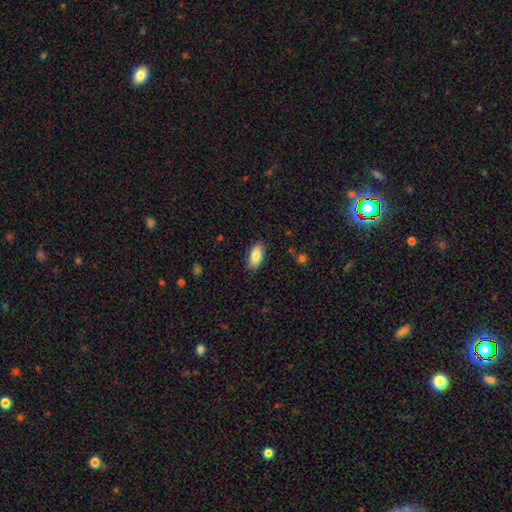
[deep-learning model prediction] Smooth or featured?
  - smooth: 83% *
  - featured or disk: 11%
  - star or artifact: 7%
How rounded?
  - in between: 92% *
  - cigar-shaped: 5%
  - round: 3%
Merging?
  - none: 88% *
  - minor disturbance: 9%
  - major disturbance: 2%
  - merger: 1%